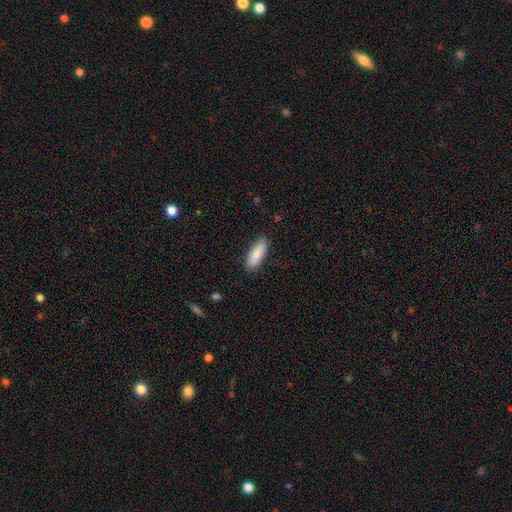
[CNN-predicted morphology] smooth 88%, featured or disk 7%, star or artifact 5%. Down the decision tree: how rounded — in between (61%); merging — none (87%).